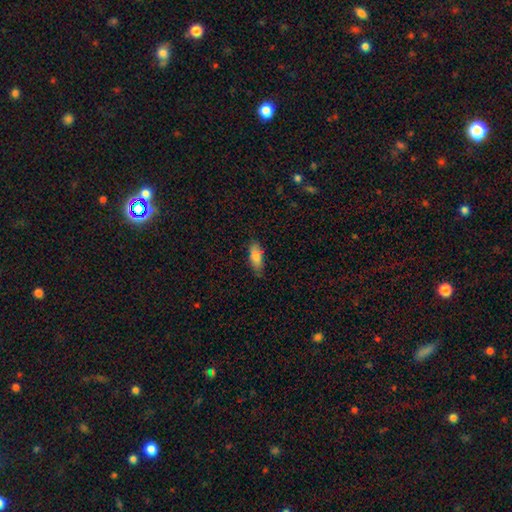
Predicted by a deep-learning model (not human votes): A smooth galaxy with no disk features (83%) that is in between round and cigar-shaped (78%). Merging: none (77%).